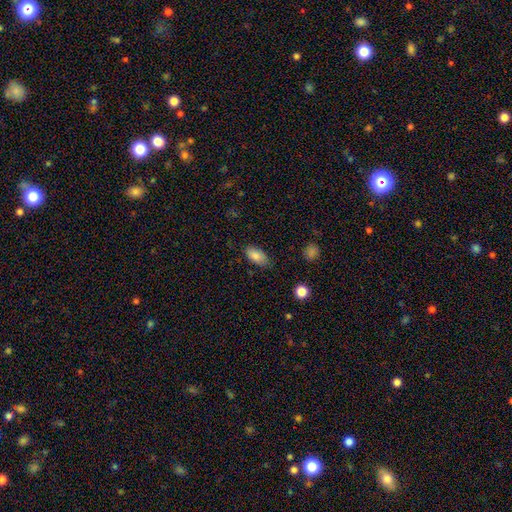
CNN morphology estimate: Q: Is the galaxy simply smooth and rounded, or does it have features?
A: smooth — 85%.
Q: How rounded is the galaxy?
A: in between — 92%.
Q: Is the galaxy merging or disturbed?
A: none — 78%.